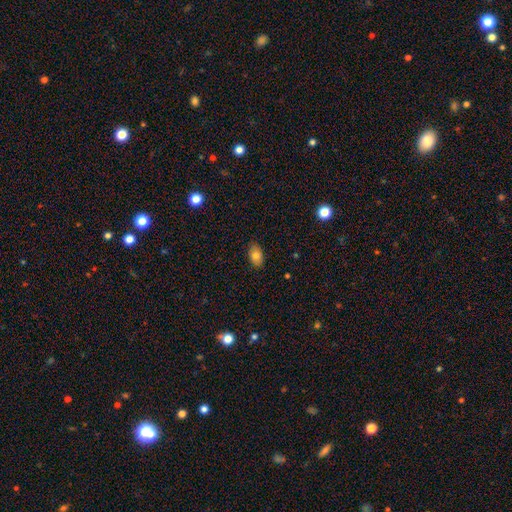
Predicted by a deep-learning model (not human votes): This is likely a smooth galaxy (79%). How rounded: clearly in between (90%). Merging: clearly none (86%).